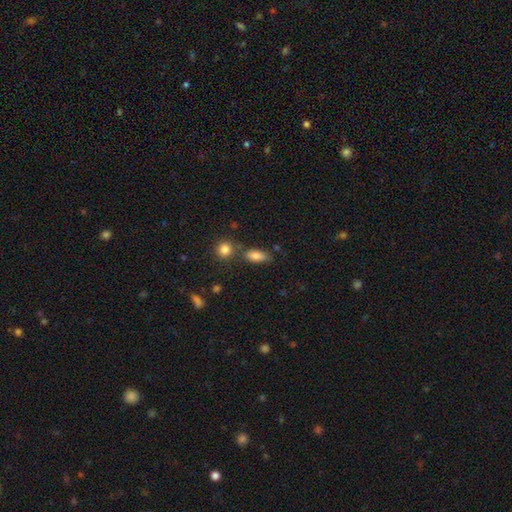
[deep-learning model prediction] Smooth or featured: smooth — 83% (star or artifact — 9%)
How rounded: in between — 80% (cigar-shaped — 15%)
Merging: none — 64% (minor disturbance — 16%)